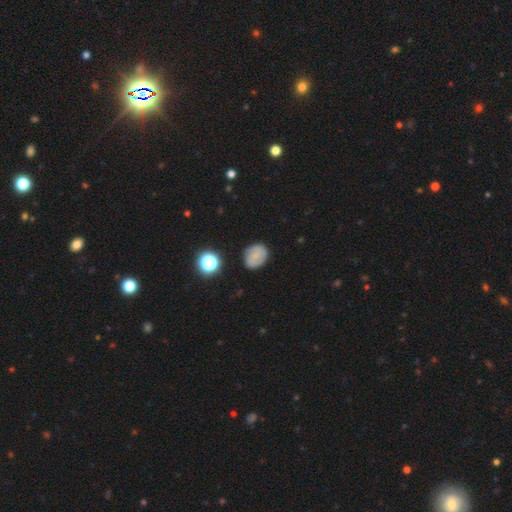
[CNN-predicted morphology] This appears to be a smooth galaxy with no disk features (63%) that is round (59%). Merging: none (79%).